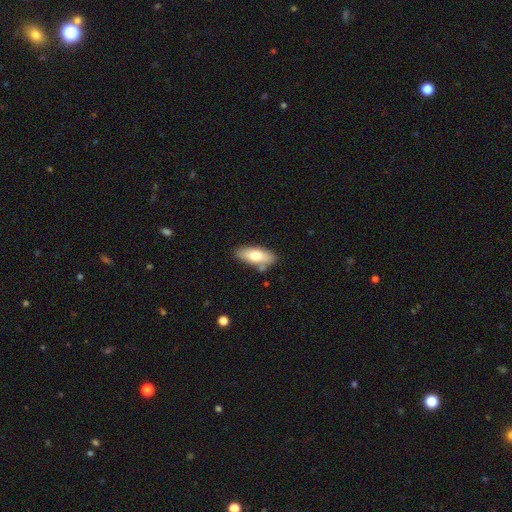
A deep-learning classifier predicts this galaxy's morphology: A smooth galaxy with no disk features (72%) that is in between round and cigar-shaped (78%).

Vote fractions:
- Smooth or featured? smooth: 72% / featured or disk: 22% / star or artifact: 6%
- How rounded? in between: 78% / cigar-shaped: 20% / round: 3%
- Merging? none: 74% / minor disturbance: 15% / merger: 7% / major disturbance: 3%